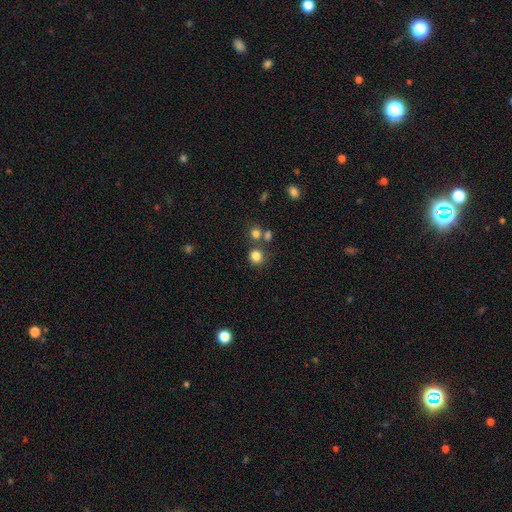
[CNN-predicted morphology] type=smooth (81%); roundness=round (88%); merging=none (70%).